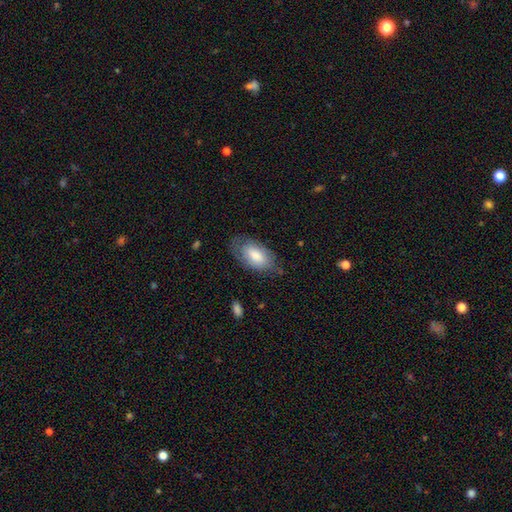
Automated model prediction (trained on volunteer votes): Smooth or featured? Predicted: smooth (p=0.75). How rounded? Predicted: in between (p=0.94). Merging? Predicted: none (p=0.67).